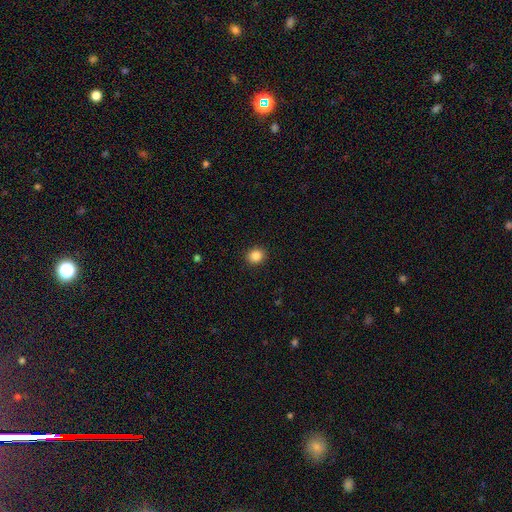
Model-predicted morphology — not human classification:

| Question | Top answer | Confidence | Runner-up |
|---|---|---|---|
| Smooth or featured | smooth | 86% | star or artifact (10%) |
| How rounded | round | 77% | in between (22%) |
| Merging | none | 91% | minor disturbance (6%) |